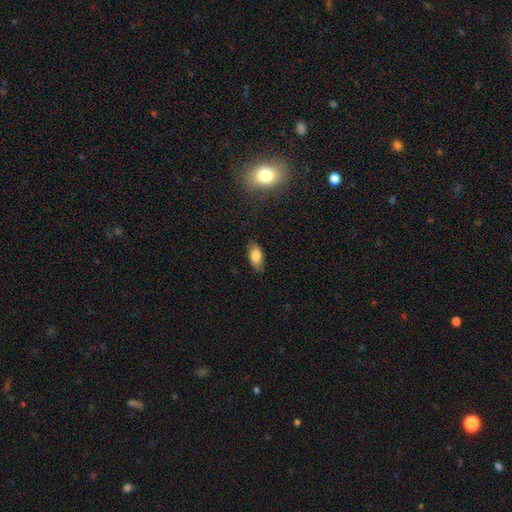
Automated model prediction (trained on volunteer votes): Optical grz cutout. It shows a smooth galaxy with no disk features (82%) that is in between round and cigar-shaped (90%). Merging: none (80%).